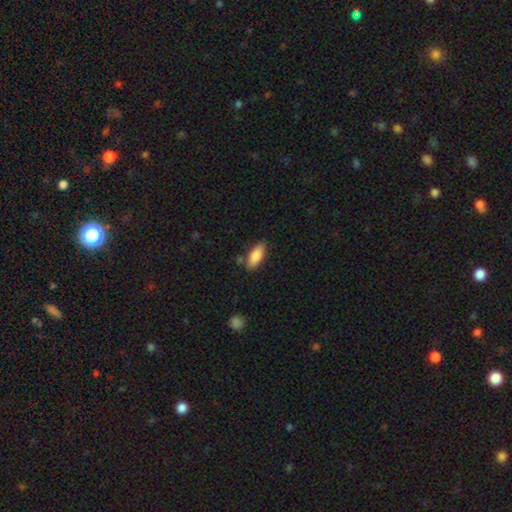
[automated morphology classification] This is clearly a smooth galaxy (85%). How rounded: clearly in between (81%). Merging: likely none (80%).